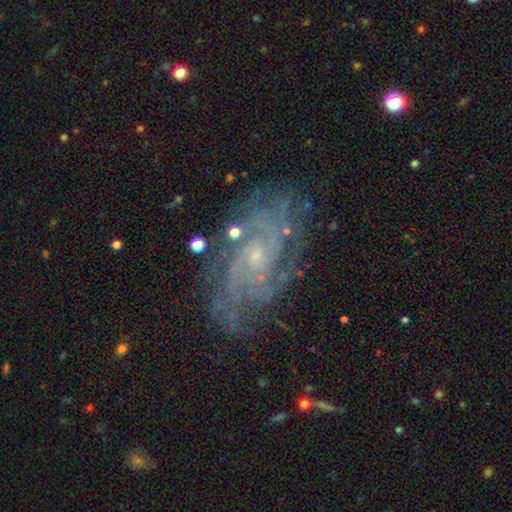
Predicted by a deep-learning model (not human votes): Q: Smooth or featured?
A: featured or disk (83%); runner-up: star or artifact (10%)
Q: Edge-on disk?
A: no (95%); runner-up: yes (5%)
Q: Bar?
A: no (66%); runner-up: weak (28%)
Q: Spiral arms?
A: yes (96%); runner-up: no (4%)
Q: Spiral winding?
A: tight (62%); runner-up: medium (30%)
Q: Spiral arm count?
A: can't tell (35%); runner-up: 4 (17%)
Q: Bulge size?
A: small (76%); runner-up: moderate (16%)
Q: Merging?
A: none (77%); runner-up: minor disturbance (15%)